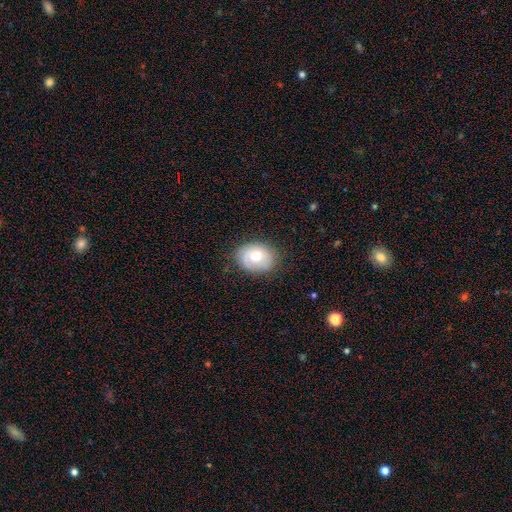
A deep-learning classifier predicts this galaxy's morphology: smooth-or-featured: smooth: 62% | featured or disk: 31% | star or artifact: 7%
  how-rounded: in between: 58% | round: 41% | cigar-shaped: 1%
  merging: none: 75% | minor disturbance: 18% | major disturbance: 5% | merger: 1%